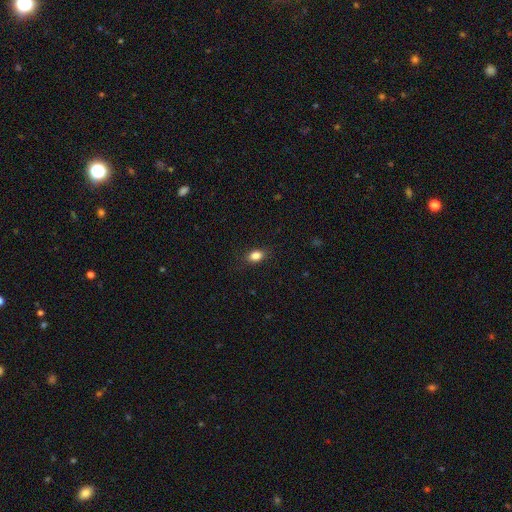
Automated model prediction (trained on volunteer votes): A smooth galaxy with no disk features (85%) that is in between round and cigar-shaped (80%). Merging: none (86%).